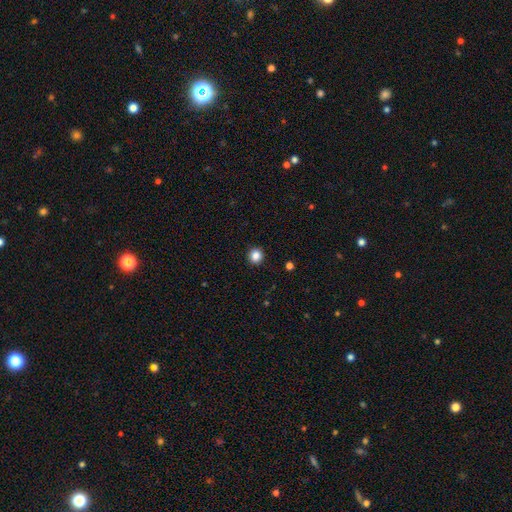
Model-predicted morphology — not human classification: Smooth or featured: smooth — 85% (star or artifact — 11%)
How rounded: round — 92% (in between — 7%)
Merging: none — 93% (minor disturbance — 5%)